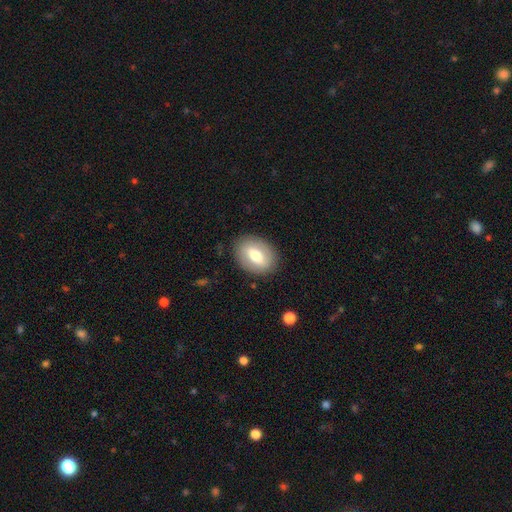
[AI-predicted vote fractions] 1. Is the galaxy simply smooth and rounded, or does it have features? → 61% smooth, 32% featured or disk, 7% star or artifact.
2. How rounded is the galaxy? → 76% in between, 22% round, 2% cigar-shaped.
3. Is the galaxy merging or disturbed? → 85% none, 10% minor disturbance, 3% major disturbance, 1% merger.